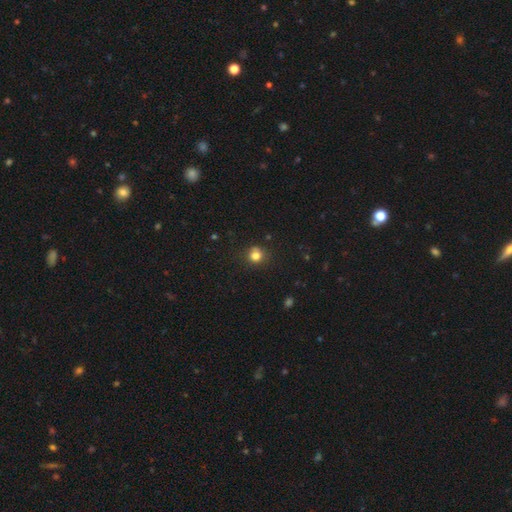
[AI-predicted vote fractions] A smooth galaxy with no disk features (80%) that is round (86%).

Vote fractions:
- Smooth or featured? smooth: 80% / star or artifact: 13% / featured or disk: 7%
- How rounded? round: 86% / in between: 13% / cigar-shaped: 1%
- Merging? none: 74% / minor disturbance: 16% / merger: 6% / major disturbance: 4%